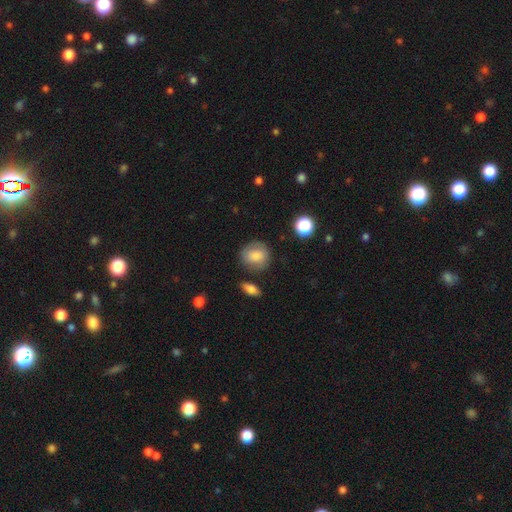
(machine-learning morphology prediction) type=smooth (76%); roundness=round (78%); merging=none (74%).